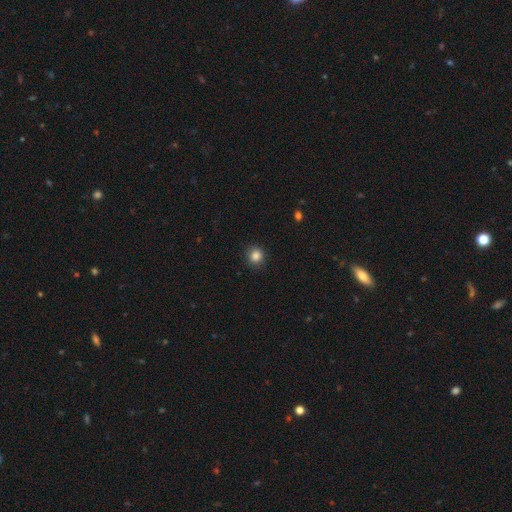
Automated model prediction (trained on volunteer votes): Q: Smooth or featured?
A: smooth (85%); runner-up: star or artifact (11%)
Q: How rounded?
A: round (90%); runner-up: in between (9%)
Q: Merging?
A: none (89%); runner-up: minor disturbance (8%)